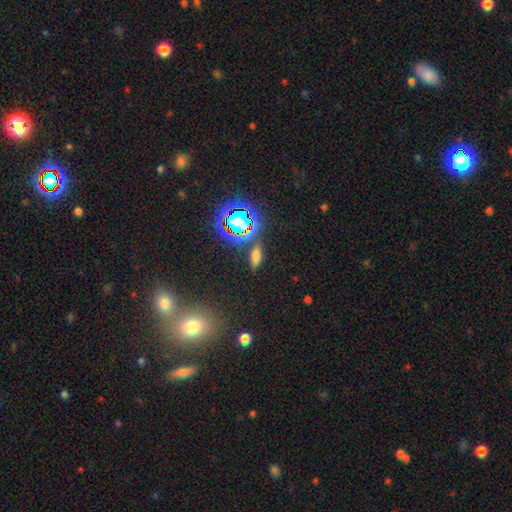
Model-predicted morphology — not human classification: Smooth or featured: smooth — 57% (star or artifact — 31%)
How rounded: in between — 63% (cigar-shaped — 29%)
Merging: none — 80% (minor disturbance — 11%)